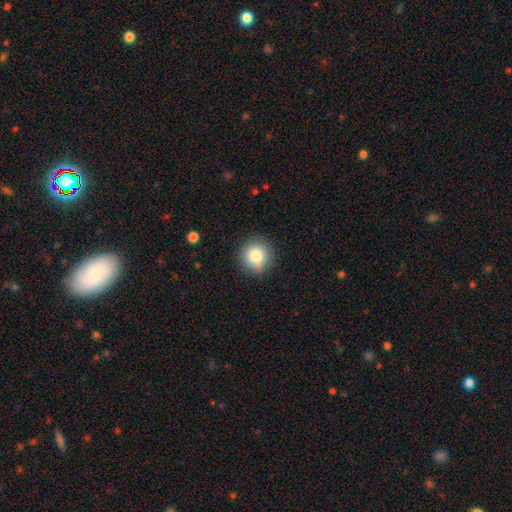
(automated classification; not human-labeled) Overall: smooth (79%). How rounded: round (93%). Merging: none (80%).